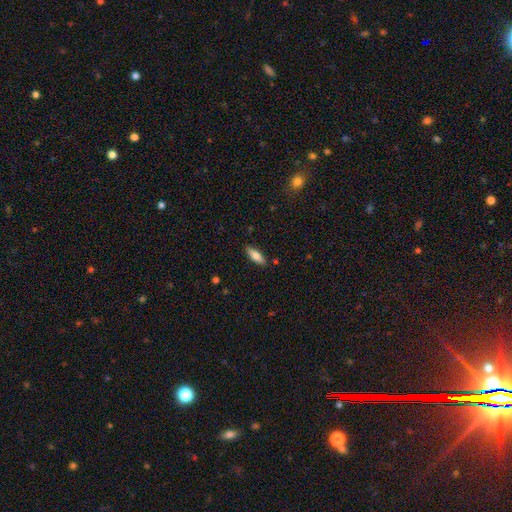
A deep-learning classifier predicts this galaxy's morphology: Q: Smooth or featured?
A: smooth (72%); runner-up: featured or disk (21%)
Q: How rounded?
A: in between (58%); runner-up: cigar-shaped (40%)
Q: Merging?
A: none (86%); runner-up: minor disturbance (10%)